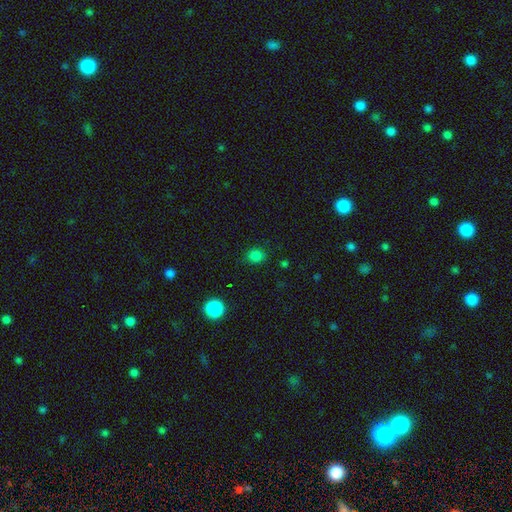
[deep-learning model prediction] The model was most divided on "how rounded": round: 65%, in between: 34%, cigar-shaped: 1%. More confident: merging — none (85%); smooth or featured — smooth (81%).